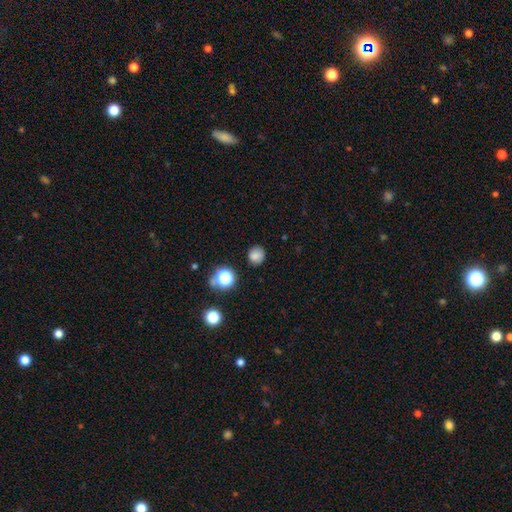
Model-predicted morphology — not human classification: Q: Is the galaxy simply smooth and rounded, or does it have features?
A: smooth — 80%.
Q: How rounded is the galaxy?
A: round — 87%.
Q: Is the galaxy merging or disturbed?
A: none — 86%.